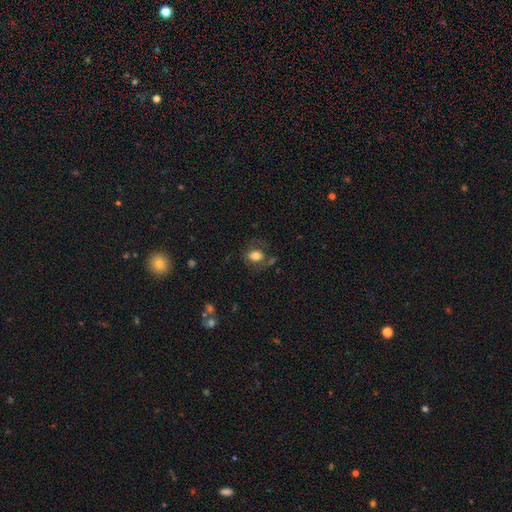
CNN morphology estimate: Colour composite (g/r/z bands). It shows a smooth galaxy with no disk features (71%) that is in between round and cigar-shaped (68%). Merging: none (61%).